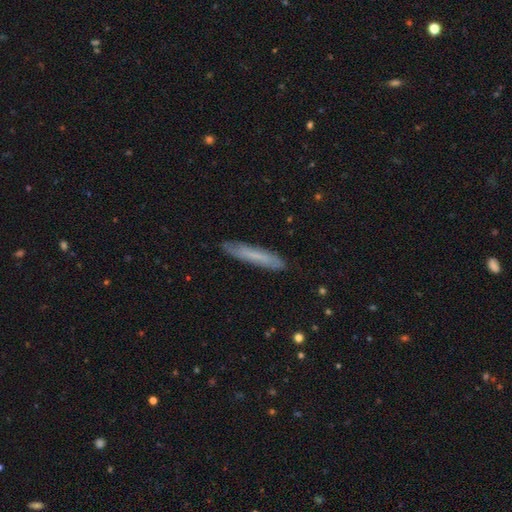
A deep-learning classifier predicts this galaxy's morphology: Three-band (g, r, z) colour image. It shows a smooth galaxy with no disk features (54%) that is cigar-shaped (90%). Merging: none (84%).